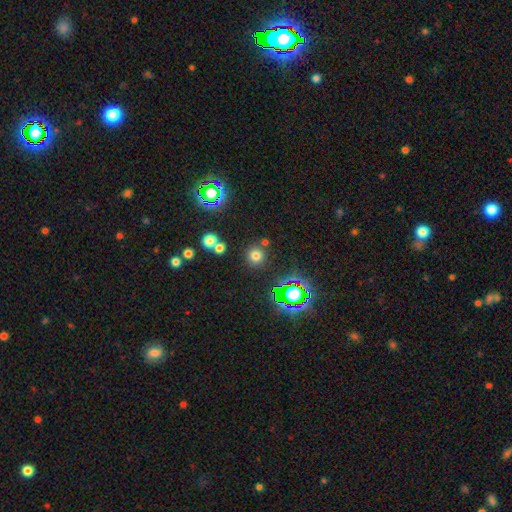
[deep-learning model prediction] Smooth or featured? smooth (68%)
How rounded? round (91%)
Merging? none (81%)